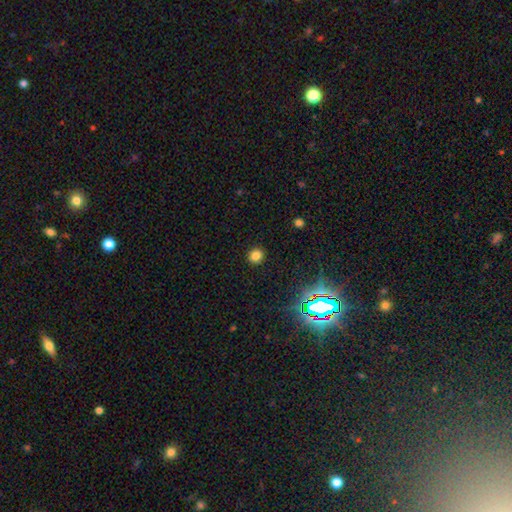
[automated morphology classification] Smooth or featured?
  - smooth: 78% *
  - star or artifact: 17%
  - featured or disk: 5%
How rounded?
  - round: 87% *
  - in between: 12%
  - cigar-shaped: 1%
Merging?
  - none: 91% *
  - minor disturbance: 5%
  - major disturbance: 2%
  - merger: 1%